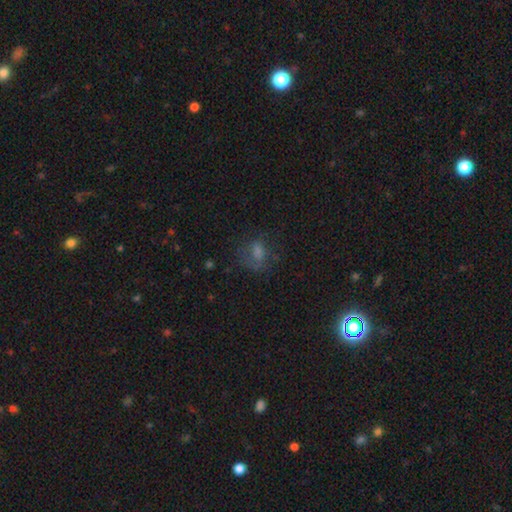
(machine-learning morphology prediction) This appears to be a smooth galaxy with no disk features (41%). Merging: none (66%).